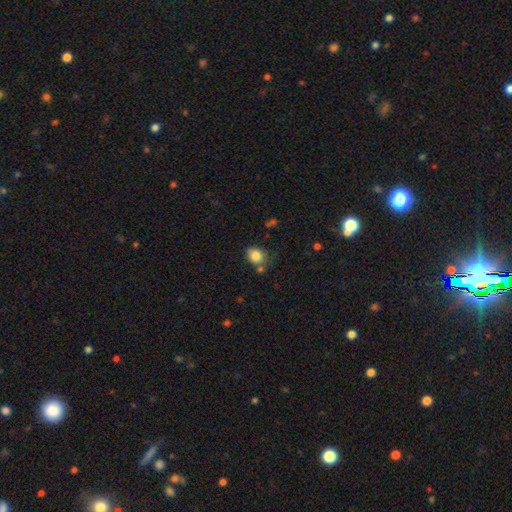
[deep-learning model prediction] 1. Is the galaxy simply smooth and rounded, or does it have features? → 84% smooth, 9% star or artifact, 6% featured or disk.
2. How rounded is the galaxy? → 50% round, 49% in between, 1% cigar-shaped.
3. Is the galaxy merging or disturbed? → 63% none, 21% minor disturbance, 11% merger, 6% major disturbance.